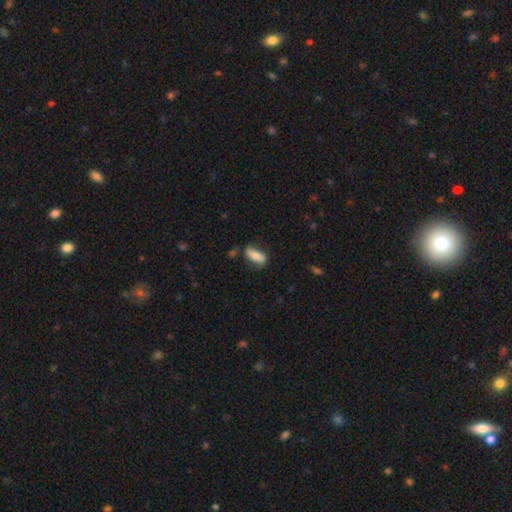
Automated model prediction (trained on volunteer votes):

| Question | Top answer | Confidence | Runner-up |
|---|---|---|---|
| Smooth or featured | smooth | 71% | featured or disk (22%) |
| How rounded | in between | 80% | cigar-shaped (16%) |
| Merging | none | 60% | minor disturbance (27%) |